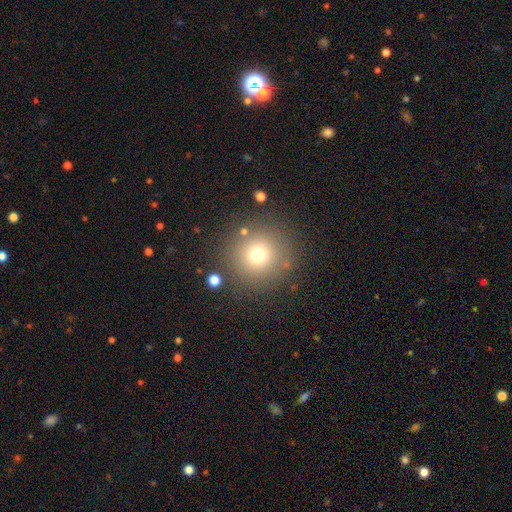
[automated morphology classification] The model was most divided on "smooth or featured": smooth: 72%, star or artifact: 17%, featured or disk: 11%. More confident: how rounded — round (95%); merging — none (85%).